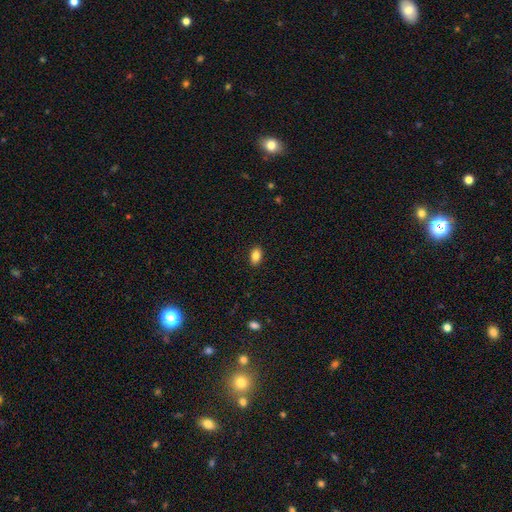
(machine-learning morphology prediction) The model was most divided on "smooth or featured": smooth: 85%, star or artifact: 9%, featured or disk: 6%. More confident: merging — none (89%); how rounded — in between (88%).